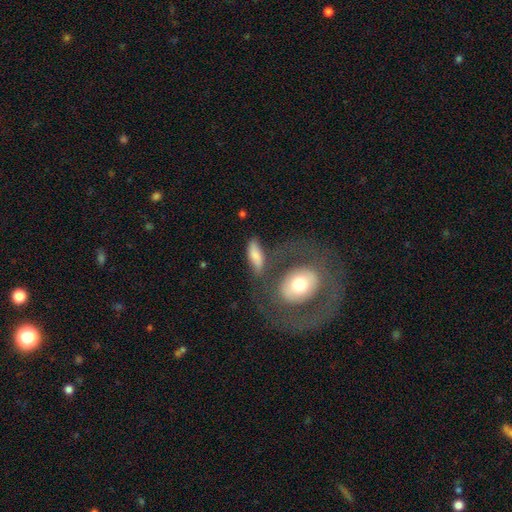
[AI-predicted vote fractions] Smooth or featured? Predicted: smooth (p=0.72). How rounded? Predicted: in between (p=0.61). Merging? Predicted: none (p=0.51).